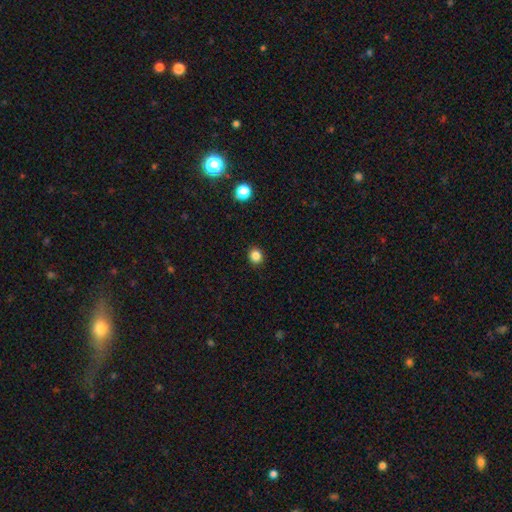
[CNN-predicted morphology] This is clearly a smooth galaxy (84%). How rounded: clearly round (84%). Merging: clearly none (92%).